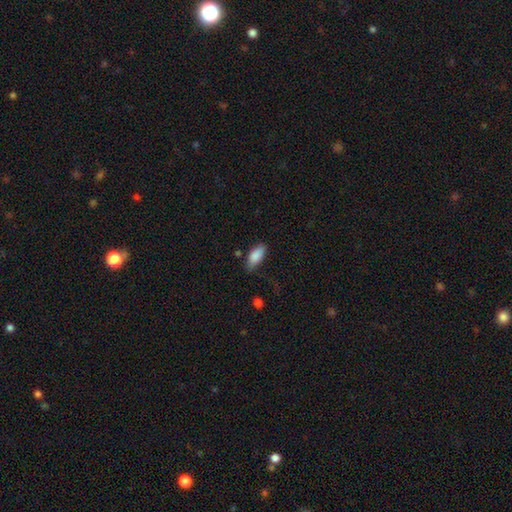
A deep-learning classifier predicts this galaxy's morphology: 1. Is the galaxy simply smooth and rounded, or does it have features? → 87% smooth, 7% star or artifact, 6% featured or disk.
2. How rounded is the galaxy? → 85% in between, 13% cigar-shaped, 2% round.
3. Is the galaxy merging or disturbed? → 74% none, 19% minor disturbance, 4% major disturbance, 3% merger.